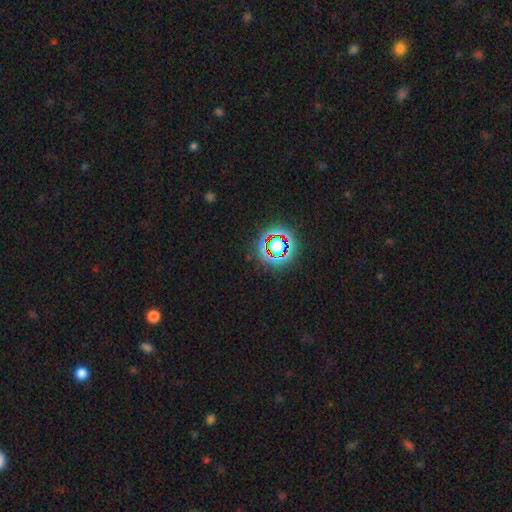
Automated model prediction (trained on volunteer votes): This appears to be a star or artifact, not a galaxy (78%).